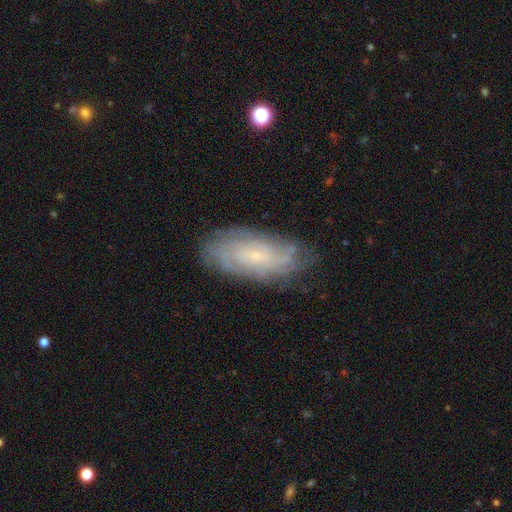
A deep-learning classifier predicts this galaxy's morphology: smooth_or_featured: featured or disk (p=0.71) [alt: smooth p=0.22]
disk_edge_on: no (p=0.92) [alt: yes p=0.08]
bar: no (p=0.72) [alt: weak p=0.23]
has_spiral_arms: yes (p=0.89) [alt: no p=0.11]
spiral_winding: tight (p=0.68) [alt: medium p=0.25]
spiral_arm_count: can't tell (p=0.54) [alt: 4 p=0.13]
bulge_size: small (p=0.81) [alt: moderate p=0.13]
merging: none (p=0.77) [alt: minor disturbance p=0.17]